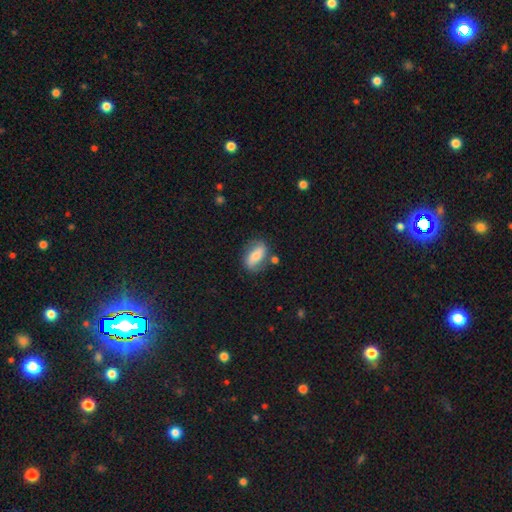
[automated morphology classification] Smooth or featured? smooth (61%)
How rounded? in between (82%)
Merging? none (72%)